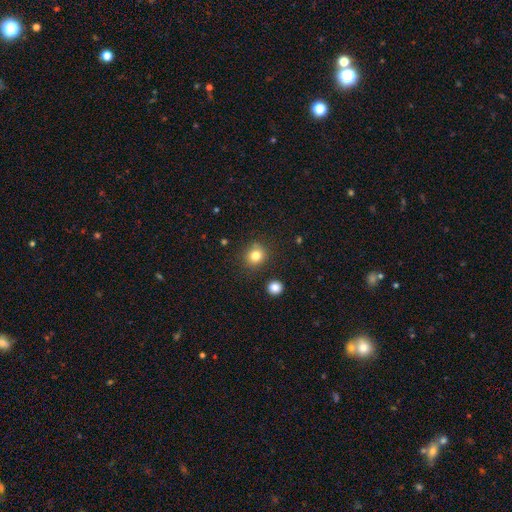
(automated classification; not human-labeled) smooth 81%, star or artifact 13%, featured or disk 7%. Down the decision tree: how rounded — round (82%); merging — none (83%).